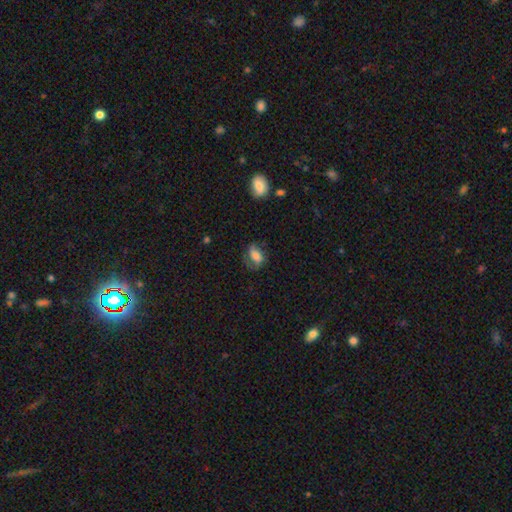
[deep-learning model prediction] Morphology: type=smooth (63%); roundness=in between (82%); merging=none (50%).